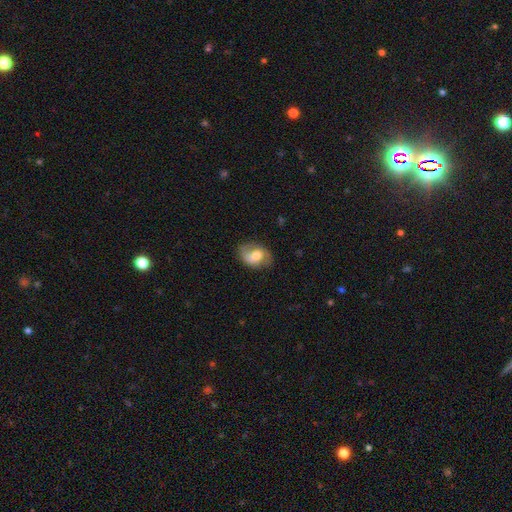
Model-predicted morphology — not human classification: Smooth or featured?
  - smooth: 57% *
  - featured or disk: 36%
  - star or artifact: 7%
How rounded?
  - in between: 74% *
  - round: 24%
  - cigar-shaped: 1%
Merging?
  - none: 70% *
  - minor disturbance: 21%
  - major disturbance: 8%
  - merger: 1%